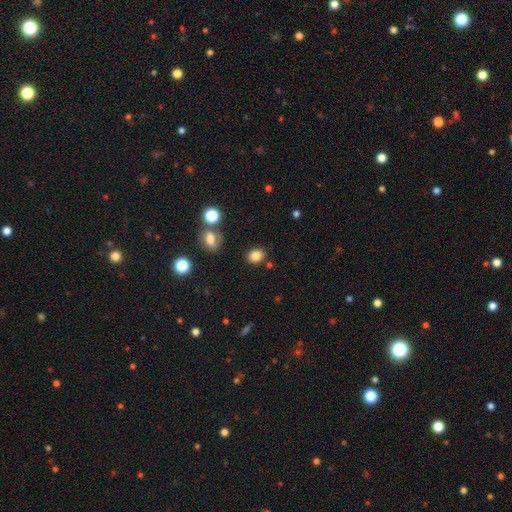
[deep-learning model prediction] A smooth galaxy with no disk features (82%) that is round (61%).

Vote fractions:
- Smooth or featured? smooth: 82% / star or artifact: 12% / featured or disk: 6%
- How rounded? round: 61% / in between: 38% / cigar-shaped: 1%
- Merging? none: 83% / minor disturbance: 10% / merger: 5% / major disturbance: 3%